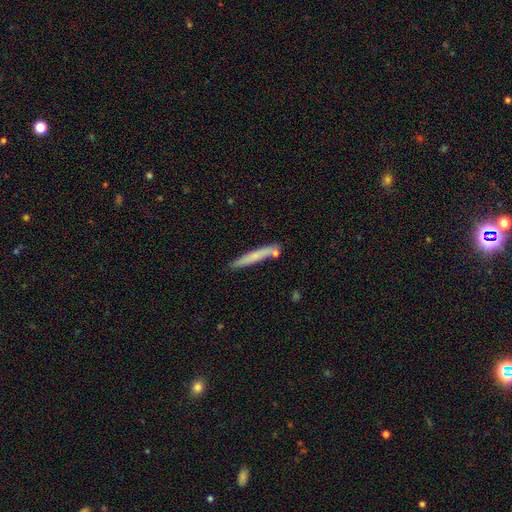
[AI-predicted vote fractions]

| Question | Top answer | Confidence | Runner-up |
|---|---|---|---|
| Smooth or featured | smooth | 61% | featured or disk (33%) |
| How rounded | cigar-shaped | 95% | in between (4%) |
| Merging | none | 78% | minor disturbance (13%) |